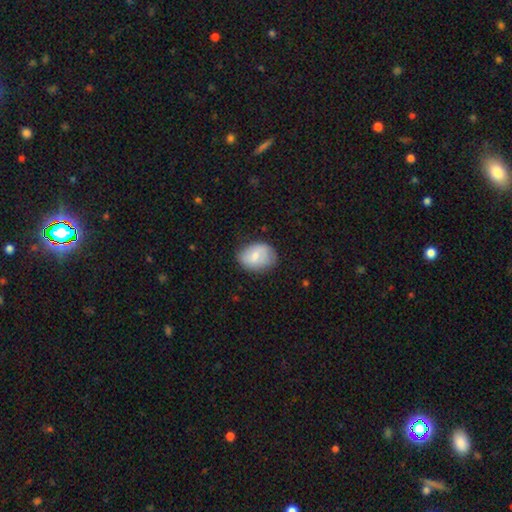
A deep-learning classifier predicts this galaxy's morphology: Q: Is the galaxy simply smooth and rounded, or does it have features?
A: smooth — 70%.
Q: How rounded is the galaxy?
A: in between — 67%.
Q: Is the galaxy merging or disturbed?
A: none — 71%.